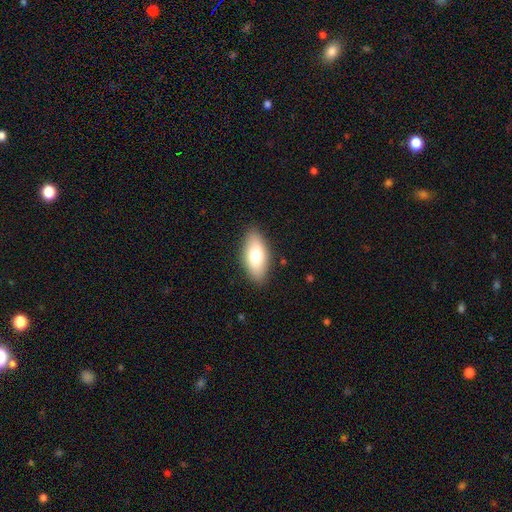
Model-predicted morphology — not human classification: smooth_or_featured: smooth (p=0.75) [alt: featured or disk p=0.19]
how_rounded: in between (p=0.88) [alt: cigar-shaped p=0.10]
merging: none (p=0.87) [alt: minor disturbance p=0.09]